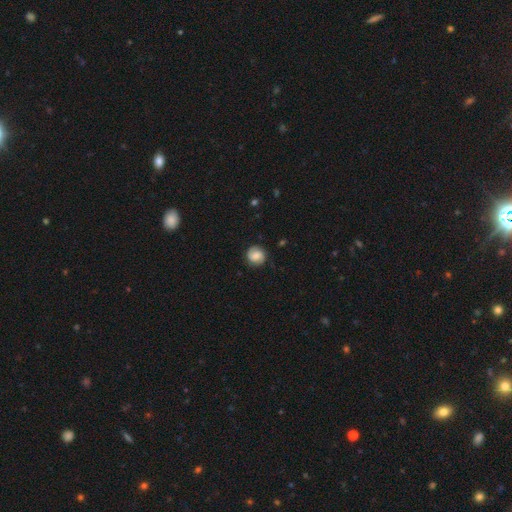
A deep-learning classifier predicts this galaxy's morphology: Smooth or featured? smooth (56%)
How rounded? round (87%)
Merging? none (85%)